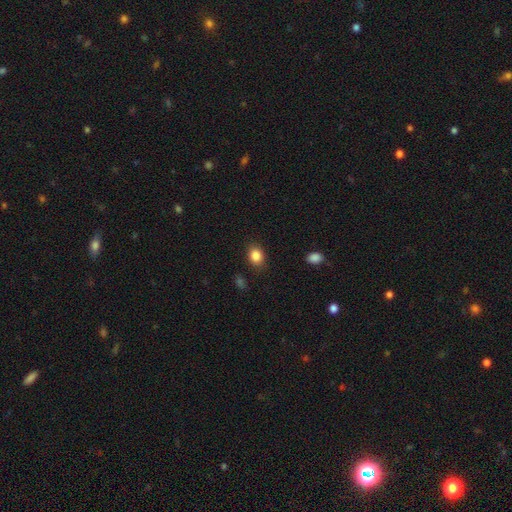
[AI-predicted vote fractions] This appears to be a smooth galaxy with no disk features (86%) that is in between round and cigar-shaped (60%). Merging: none (85%).